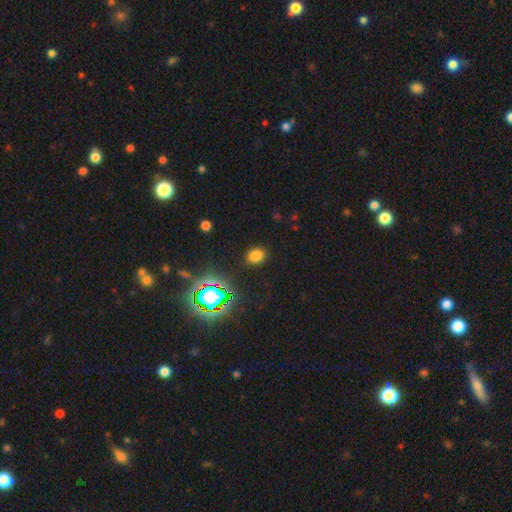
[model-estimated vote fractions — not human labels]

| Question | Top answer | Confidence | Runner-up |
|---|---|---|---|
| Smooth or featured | smooth | 74% | star or artifact (20%) |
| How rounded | round | 57% | in between (42%) |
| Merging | none | 87% | minor disturbance (9%) |